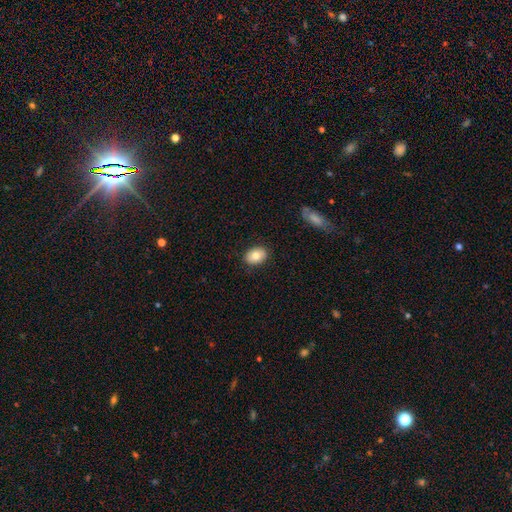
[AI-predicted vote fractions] Smooth or featured? Predicted: smooth (p=0.80). How rounded? Predicted: in between (p=0.76). Merging? Predicted: none (p=0.88).